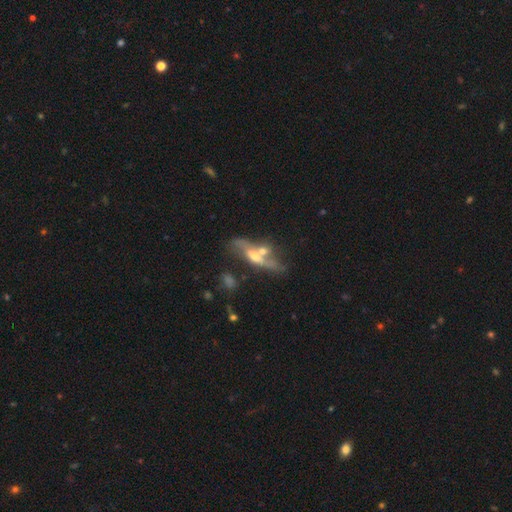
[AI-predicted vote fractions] The model was most divided on "merging": merger: 36%, none: 35%, minor disturbance: 17%, major disturbance: 12%. More confident: smooth or featured — featured or disk (62%); edge-on disk — no (53%).